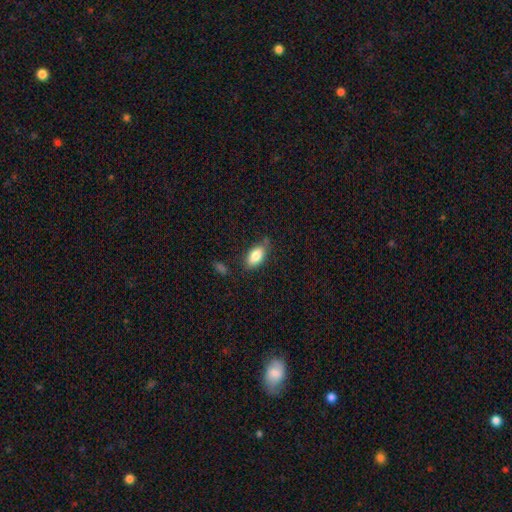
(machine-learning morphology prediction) type=smooth (83%); roundness=in between (89%); merging=none (73%).